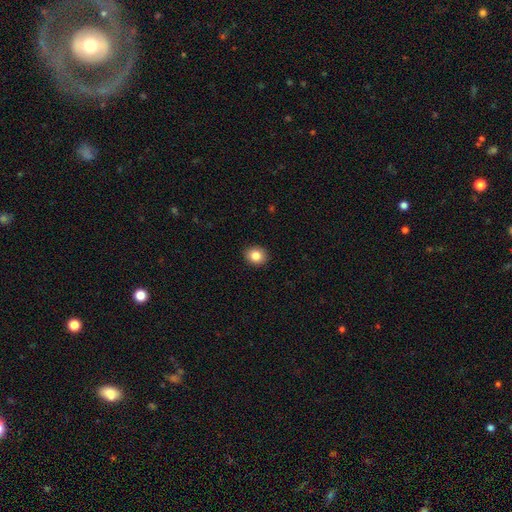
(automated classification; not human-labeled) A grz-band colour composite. It shows a smooth galaxy with no disk features (84%) that is round (68%). Merging: none (91%).